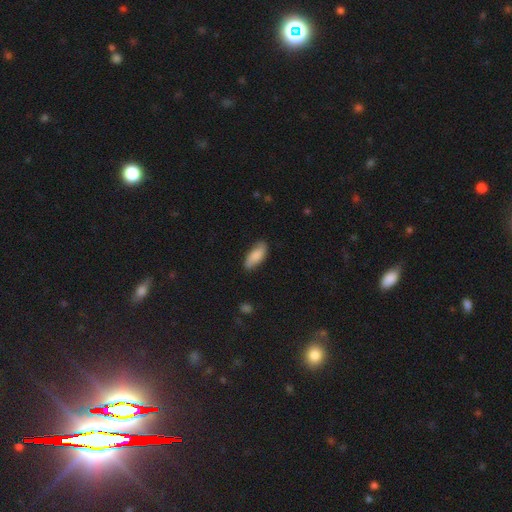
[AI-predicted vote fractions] The model was most divided on "merging": none: 75%, minor disturbance: 20%, major disturbance: 4%, merger: 2%. More confident: how rounded — in between (81%); smooth or featured — smooth (77%).